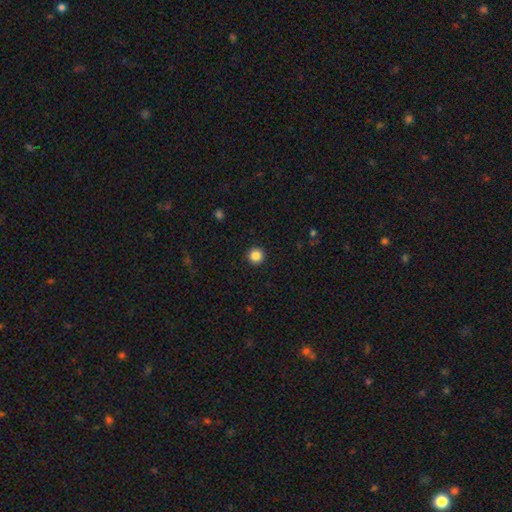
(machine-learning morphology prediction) Smooth or featured?
  - smooth: 86% *
  - star or artifact: 10%
  - featured or disk: 3%
How rounded?
  - round: 96% *
  - in between: 3%
  - cigar-shaped: 1%
Merging?
  - none: 94% *
  - minor disturbance: 4%
  - major disturbance: 2%
  - merger: 1%